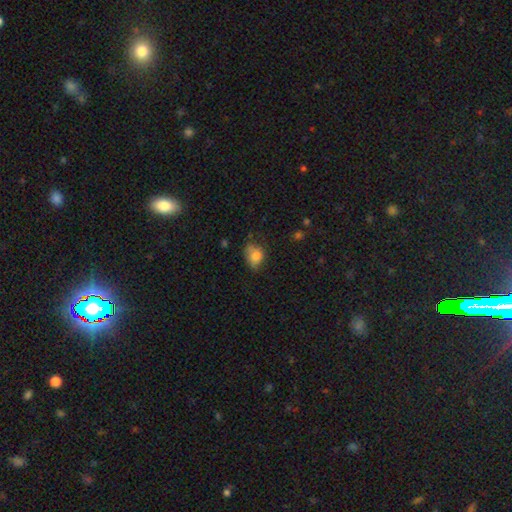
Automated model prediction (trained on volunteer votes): smooth 81%, featured or disk 10%, star or artifact 10%. Down the decision tree: how rounded — in between (58%); merging — none (56%).